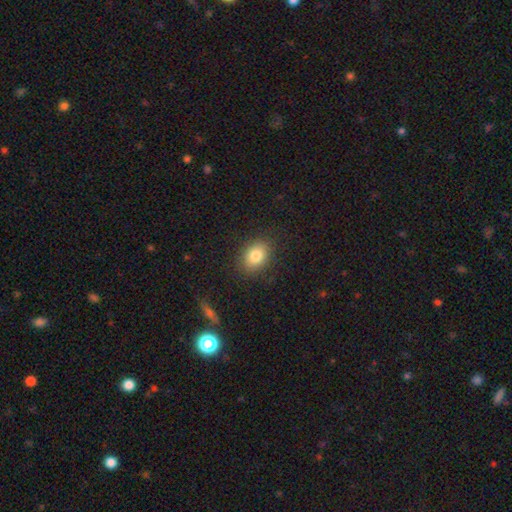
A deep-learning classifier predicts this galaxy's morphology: type=smooth (82%); roundness=in between (65%); merging=none (86%).